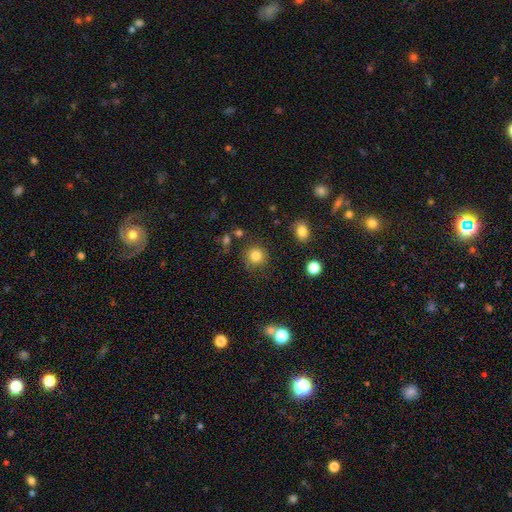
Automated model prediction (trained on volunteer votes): Smooth or featured? smooth (82%)
How rounded? round (92%)
Merging? none (83%)